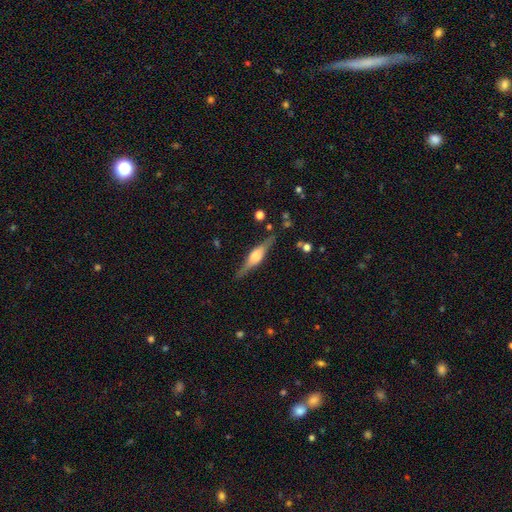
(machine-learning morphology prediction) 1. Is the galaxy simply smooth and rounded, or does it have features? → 71% featured or disk, 23% smooth, 6% star or artifact.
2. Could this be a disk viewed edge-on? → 96% yes, 4% no.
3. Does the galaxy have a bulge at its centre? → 78% rounded, 19% boxy, 3% none.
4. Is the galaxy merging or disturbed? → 84% none, 11% minor disturbance, 3% major disturbance, 2% merger.